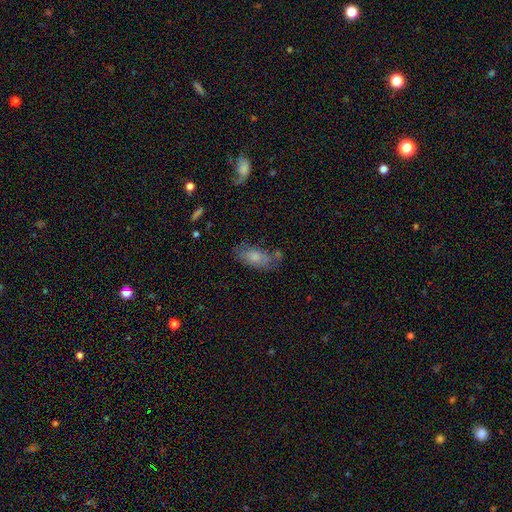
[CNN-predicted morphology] type=smooth (56%); roundness=in between (83%); merging=none (60%).